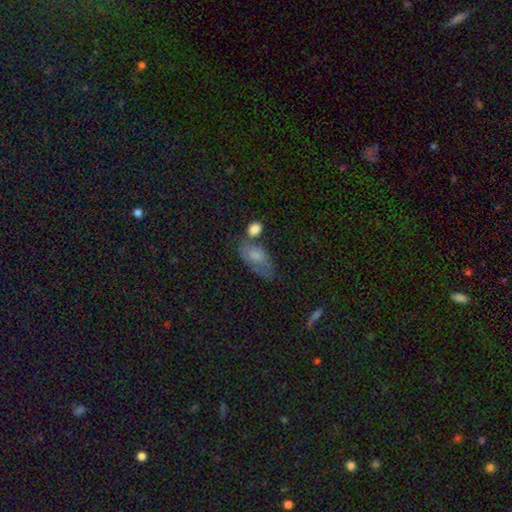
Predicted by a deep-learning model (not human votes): The model was most divided on "merging": none: 38%, minor disturbance: 27%, merger: 19%, major disturbance: 16%. More confident: how rounded — in between (90%); smooth or featured — smooth (69%).